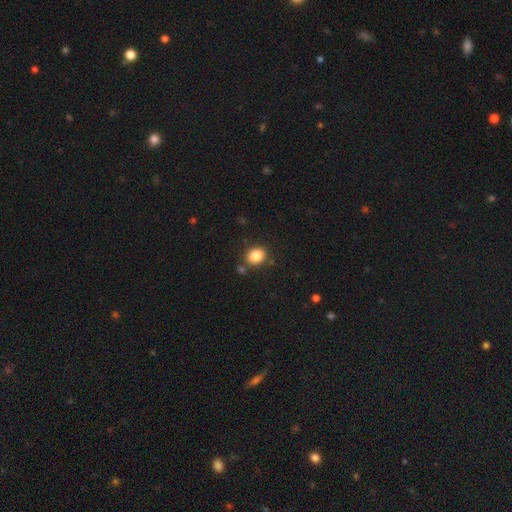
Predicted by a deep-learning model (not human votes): Smooth or featured: smooth — 85% (star or artifact — 9%)
How rounded: in between — 50% (round — 49%)
Merging: none — 81% (minor disturbance — 10%)